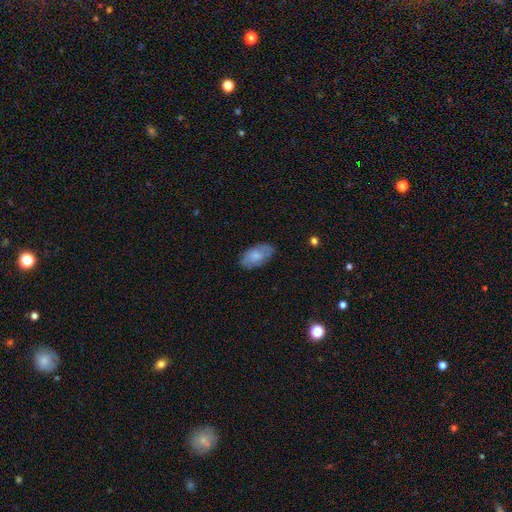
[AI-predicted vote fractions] Morphology: type=smooth (67%); roundness=in between (93%); merging=none (78%).